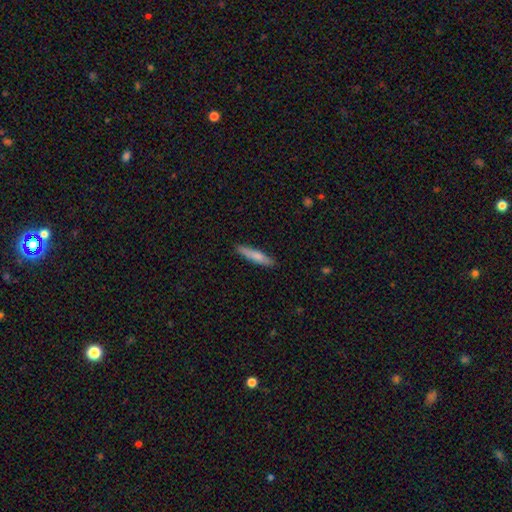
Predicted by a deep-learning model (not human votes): Smooth or featured: smooth — 76% (featured or disk — 18%)
How rounded: cigar-shaped — 87% (in between — 12%)
Merging: none — 86% (minor disturbance — 10%)